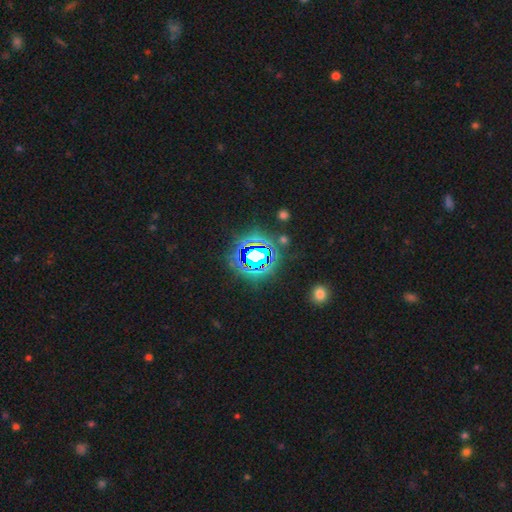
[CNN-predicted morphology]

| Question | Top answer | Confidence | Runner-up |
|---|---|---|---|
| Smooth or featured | star or artifact | 75% | smooth (14%) |